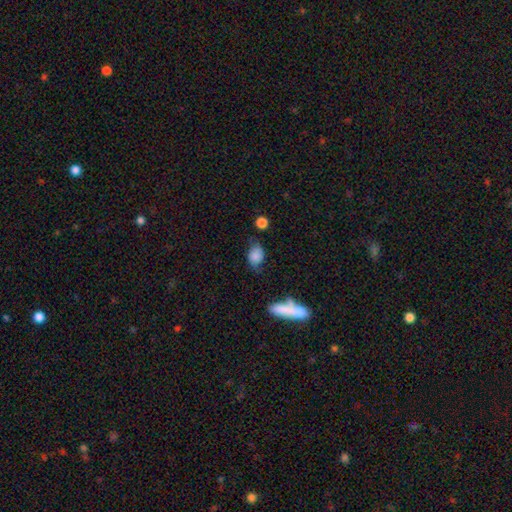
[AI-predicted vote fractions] A smooth galaxy with no disk features (79%) that is in between round and cigar-shaped (73%).

Vote fractions:
- Smooth or featured? smooth: 79% / featured or disk: 11% / star or artifact: 9%
- How rounded? in between: 73% / round: 25% / cigar-shaped: 2%
- Merging? none: 52% / minor disturbance: 30% / major disturbance: 11% / merger: 7%